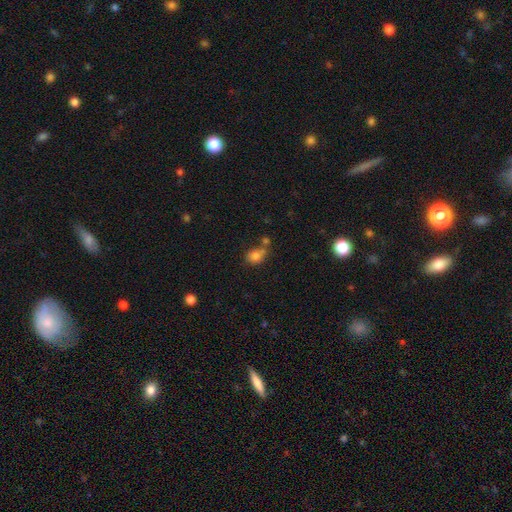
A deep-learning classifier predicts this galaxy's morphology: Overall: smooth (80%). How rounded: round (52%; in between 47%). Merging: none (50%; merger 30%).